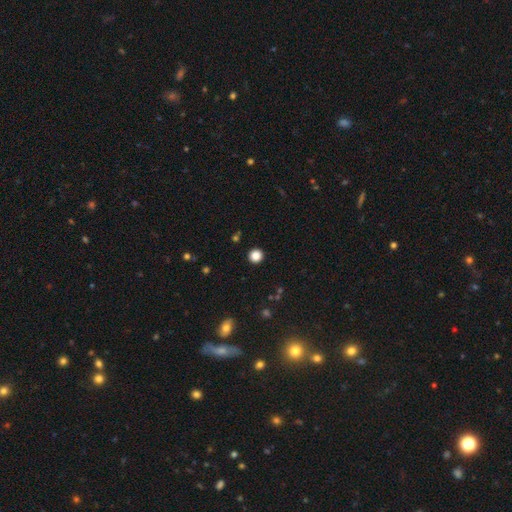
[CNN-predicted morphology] A smooth galaxy with no disk features (86%) that is round (94%). Merging: none (93%).